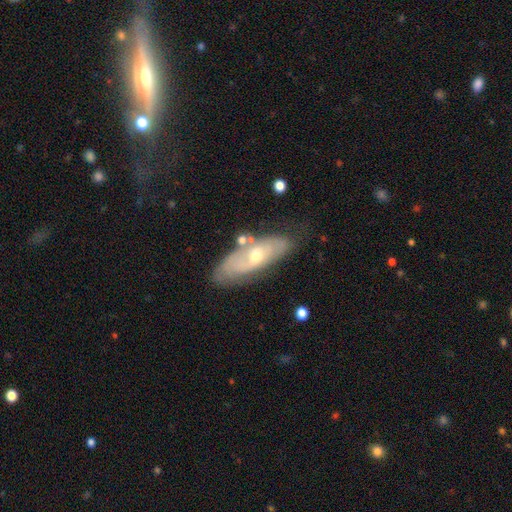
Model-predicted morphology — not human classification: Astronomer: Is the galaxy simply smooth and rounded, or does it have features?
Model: featured or disk — 61%.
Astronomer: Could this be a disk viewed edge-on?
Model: no — 81%.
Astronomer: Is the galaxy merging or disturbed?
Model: none — 65%.